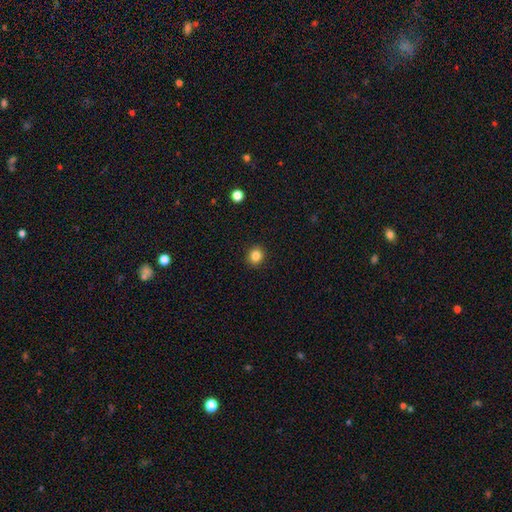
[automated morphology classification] Smooth or featured? smooth (84%)
How rounded? round (81%)
Merging? none (92%)